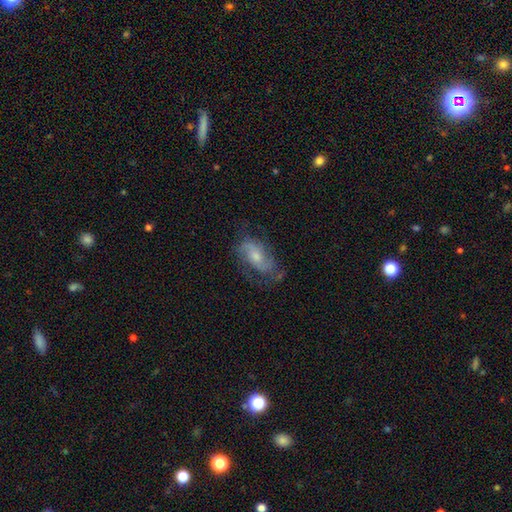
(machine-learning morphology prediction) type=featured or disk (72%); edge-on=no (95%); bar=no (61%); spiral arms=yes (89%); winding=medium (46%); arm count=2 (65%); bulge=moderate (47%); merging=none (60%).